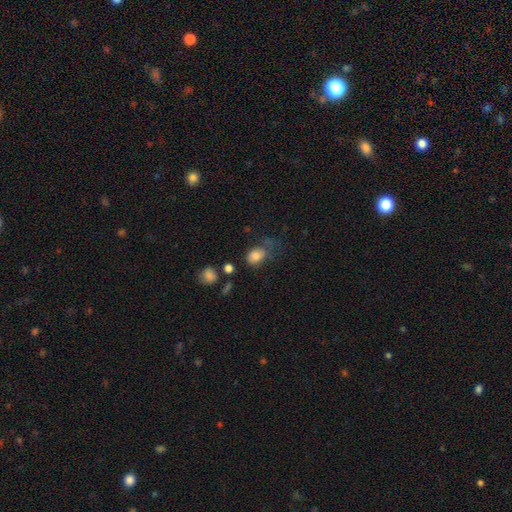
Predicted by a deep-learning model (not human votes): smooth-or-featured: smooth: 82% | star or artifact: 10% | featured or disk: 8%
  how-rounded: in between: 68% | round: 31% | cigar-shaped: 1%
  merging: none: 44% | minor disturbance: 31% | major disturbance: 20% | merger: 6%